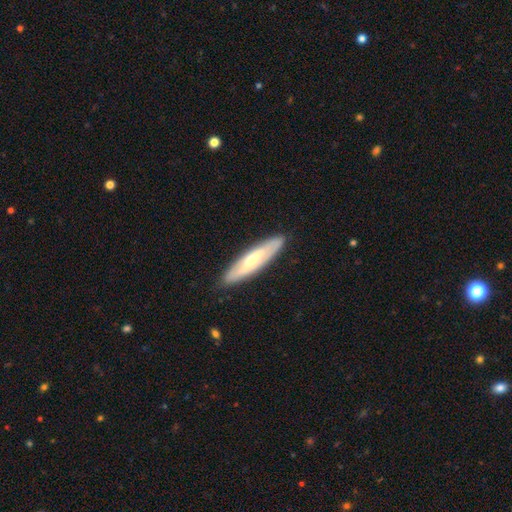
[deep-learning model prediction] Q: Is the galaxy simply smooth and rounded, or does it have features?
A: featured or disk — 57%.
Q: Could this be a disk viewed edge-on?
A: yes — 52%.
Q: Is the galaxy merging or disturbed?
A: none — 87%.